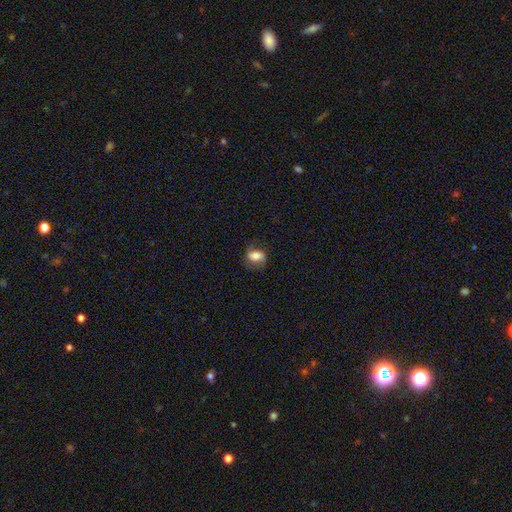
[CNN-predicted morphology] Smooth or featured? smooth (67%)
How rounded? in between (71%)
Merging? none (68%)